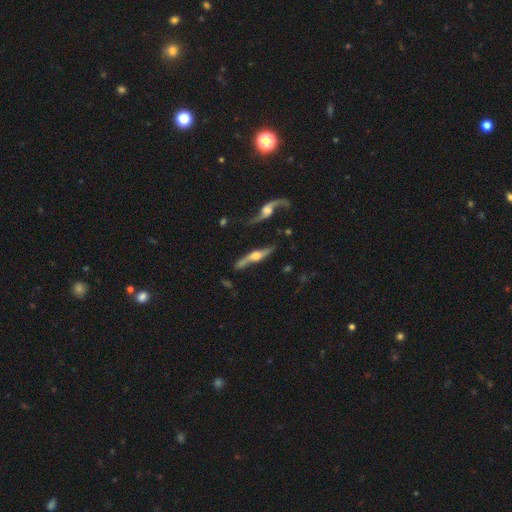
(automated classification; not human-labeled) featured or disk 81%, smooth 14%, star or artifact 5%. Down the decision tree: edge-on disk — yes (69%); edge-on bulge — rounded (92%); merging — none (68%).